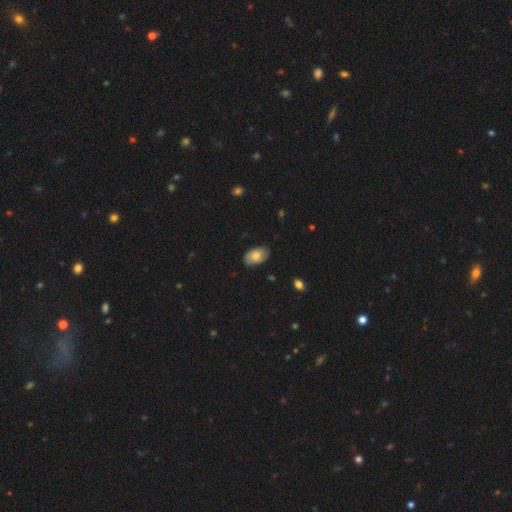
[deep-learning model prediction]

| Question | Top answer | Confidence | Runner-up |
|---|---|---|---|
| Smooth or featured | smooth | 68% | featured or disk (25%) |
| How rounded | in between | 93% | round (6%) |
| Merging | none | 81% | minor disturbance (15%) |